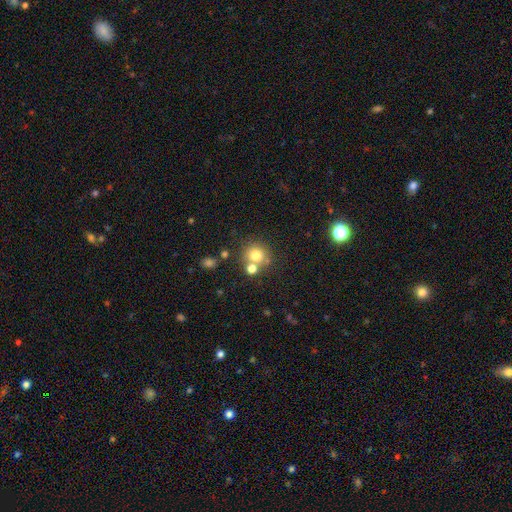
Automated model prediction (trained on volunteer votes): A smooth galaxy with no disk features (76%) that is round (89%).

Vote fractions:
- Smooth or featured? smooth: 76% / star or artifact: 14% / featured or disk: 10%
- How rounded? round: 89% / in between: 10% / cigar-shaped: 1%
- Merging? none: 65% / merger: 22% / minor disturbance: 9% / major disturbance: 4%